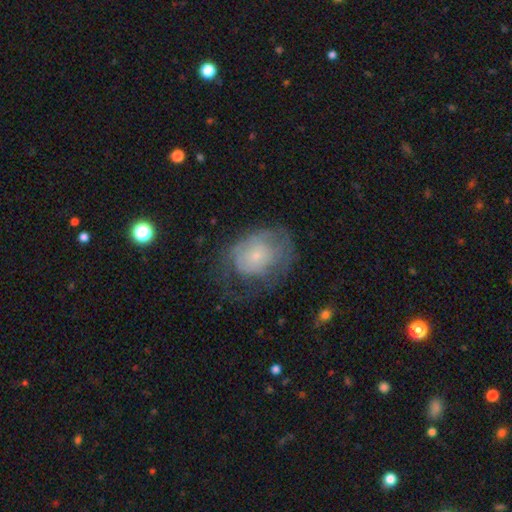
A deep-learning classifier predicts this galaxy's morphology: Smooth or featured? featured or disk (47%)
Merging? none (39%)